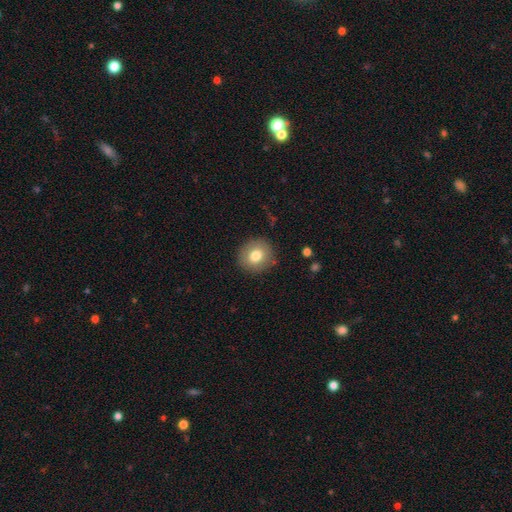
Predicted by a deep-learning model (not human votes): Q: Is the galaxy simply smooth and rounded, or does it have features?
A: smooth — 78%.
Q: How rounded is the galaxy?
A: round — 87%.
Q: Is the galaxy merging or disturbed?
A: none — 88%.